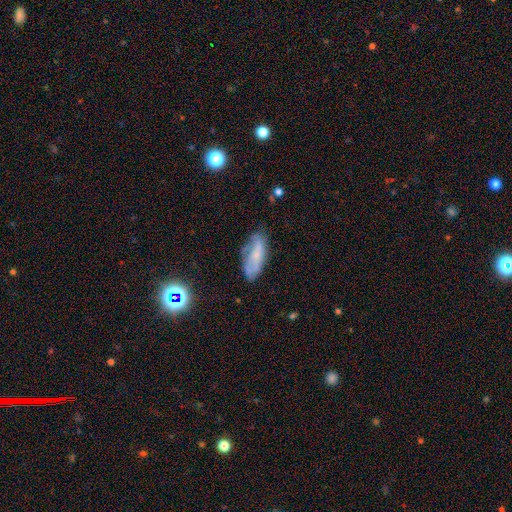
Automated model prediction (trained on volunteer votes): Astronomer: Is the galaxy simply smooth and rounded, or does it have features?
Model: featured or disk — 45% (runner-up: smooth, 44%).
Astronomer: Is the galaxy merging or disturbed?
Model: none — 57%.